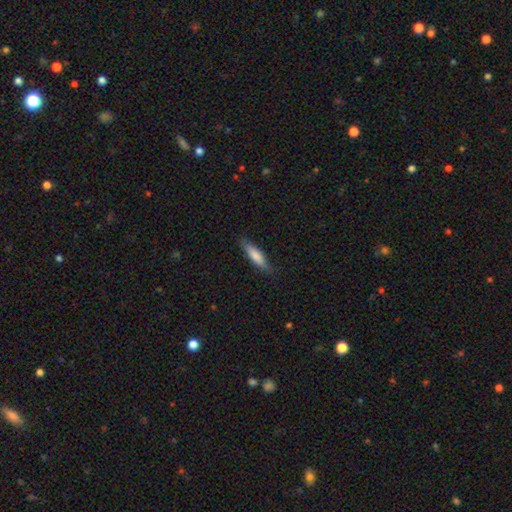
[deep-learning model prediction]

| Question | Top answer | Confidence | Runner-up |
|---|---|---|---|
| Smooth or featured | smooth | 78% | featured or disk (17%) |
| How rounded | cigar-shaped | 72% | in between (26%) |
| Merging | none | 83% | minor disturbance (13%) |